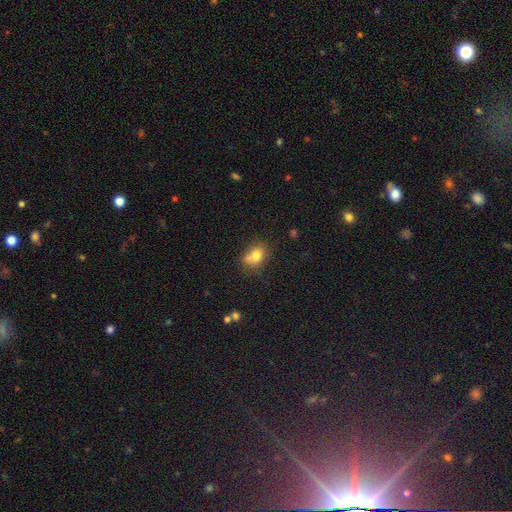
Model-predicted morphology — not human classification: Smooth or featured: smooth — 76% (featured or disk — 13%)
How rounded: round — 53% (in between — 46%)
Merging: none — 47% (merger — 33%)